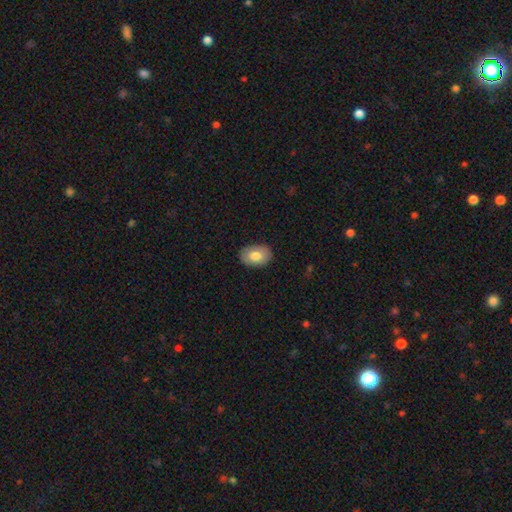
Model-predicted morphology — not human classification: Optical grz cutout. It shows a smooth galaxy with no disk features (76%) that is in between round and cigar-shaped (82%). Merging: none (86%).